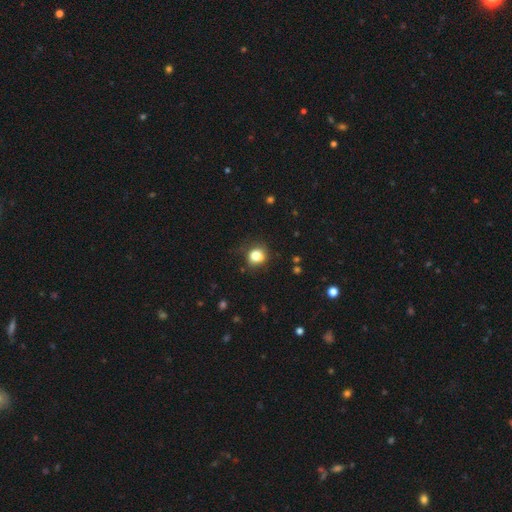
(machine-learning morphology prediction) Smooth or featured?
  - smooth: 81% *
  - star or artifact: 11%
  - featured or disk: 8%
How rounded?
  - round: 73% *
  - in between: 26%
  - cigar-shaped: 1%
Merging?
  - none: 72% *
  - minor disturbance: 20%
  - major disturbance: 6%
  - merger: 2%